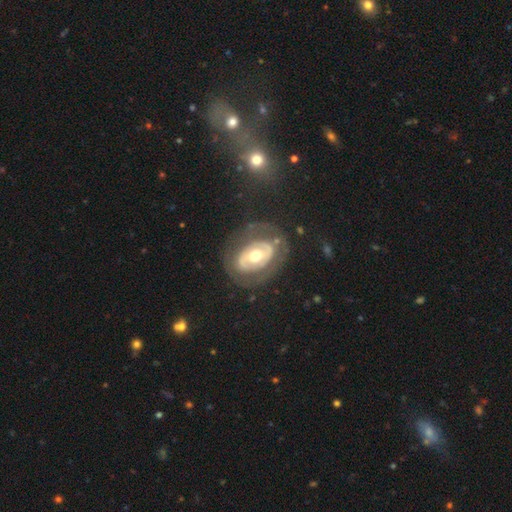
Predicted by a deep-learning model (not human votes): Morphology: type=featured or disk (73%); edge-on=no (95%); bar=no (60%); spiral arms=no (57%); bulge=moderate (71%); merging=none (70%).